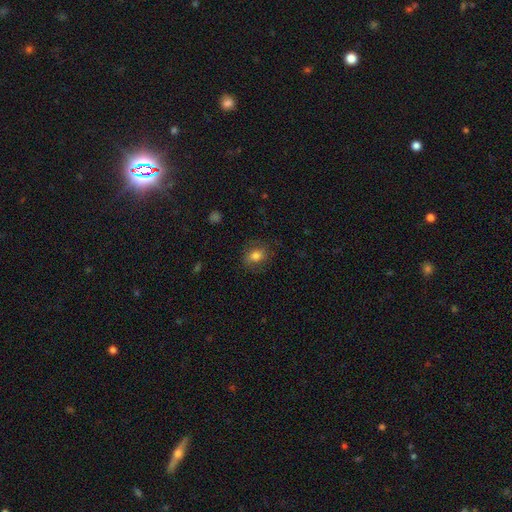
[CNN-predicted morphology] Q: Smooth or featured?
A: smooth (74%); runner-up: featured or disk (16%)
Q: How rounded?
A: in between (55%); runner-up: round (43%)
Q: Merging?
A: none (76%); runner-up: minor disturbance (16%)